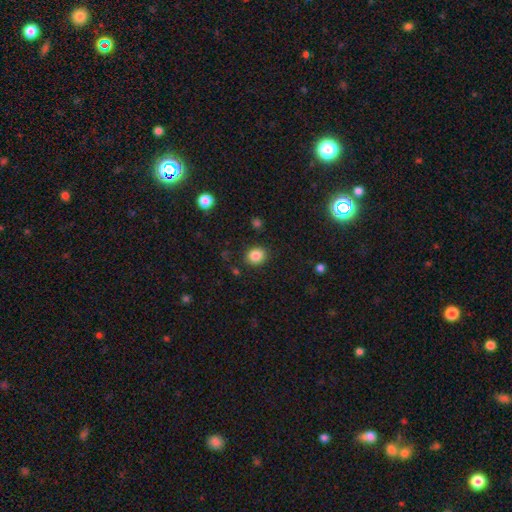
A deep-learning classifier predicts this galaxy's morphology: smooth-or-featured: smooth: 85% | star or artifact: 10% | featured or disk: 4%
  how-rounded: round: 68% | in between: 31% | cigar-shaped: 1%
  merging: none: 87% | minor disturbance: 8% | major disturbance: 3% | merger: 2%